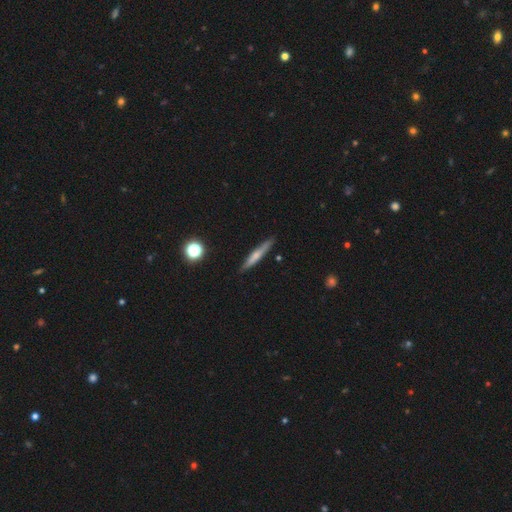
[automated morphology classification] A smooth galaxy with no disk features (51%) that is cigar-shaped (93%). Merging: none (88%).